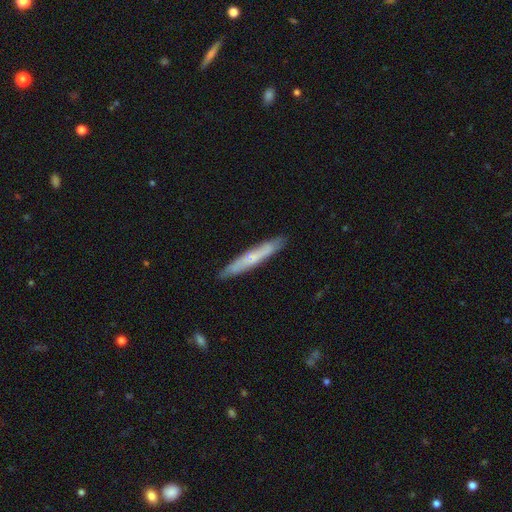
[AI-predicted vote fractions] This appears to be a smooth galaxy with no disk features (48%). Merging: none (89%).